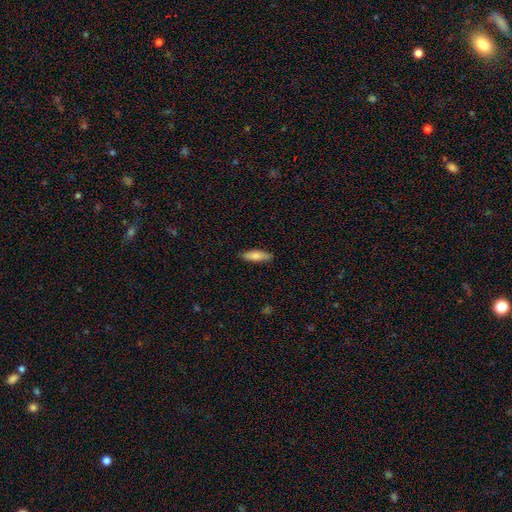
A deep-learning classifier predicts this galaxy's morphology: Smooth or featured?
  - smooth: 81% *
  - featured or disk: 14%
  - star or artifact: 6%
How rounded?
  - cigar-shaped: 52% *
  - in between: 46%
  - round: 2%
Merging?
  - none: 86% *
  - minor disturbance: 11%
  - major disturbance: 2%
  - merger: 1%